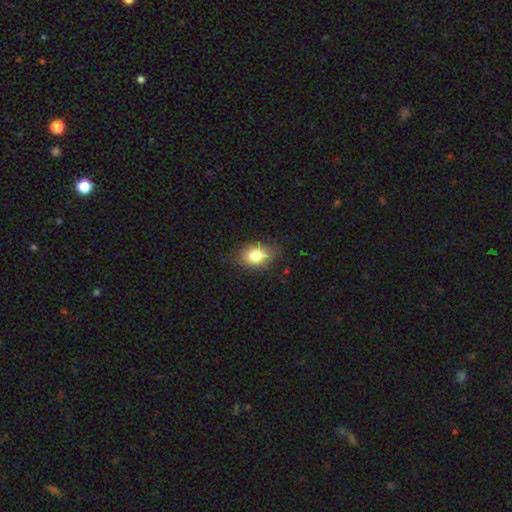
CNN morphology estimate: Smooth or featured? Predicted: smooth (p=0.80). How rounded? Predicted: in between (p=0.76). Merging? Predicted: none (p=0.77).